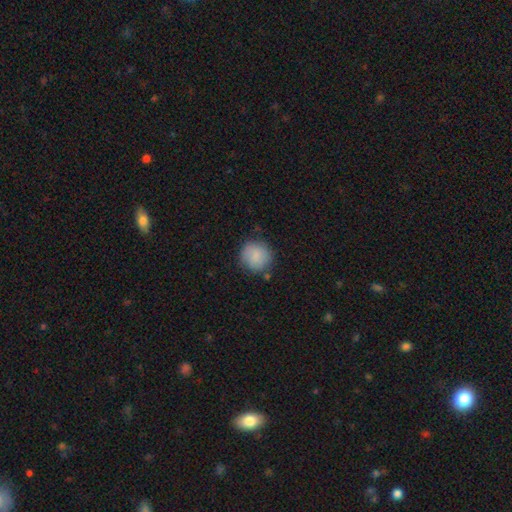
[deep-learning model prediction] smooth-or-featured: smooth: 84% | featured or disk: 9% | star or artifact: 7%
  how-rounded: round: 92% | in between: 7% | cigar-shaped: 1%
  merging: none: 79% | minor disturbance: 14% | major disturbance: 4% | merger: 3%